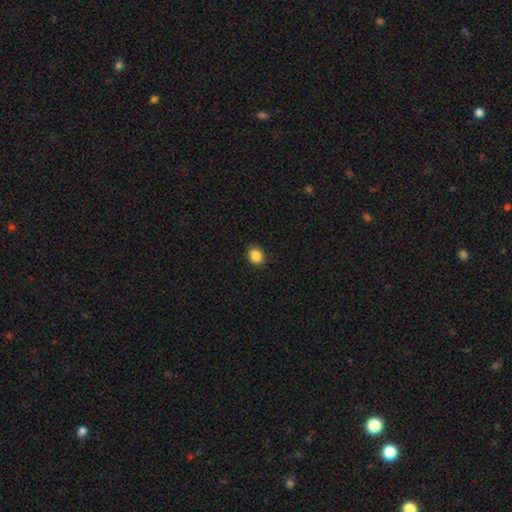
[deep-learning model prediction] This is clearly a smooth galaxy (87%). How rounded: likely round (67%). Merging: clearly none (91%).